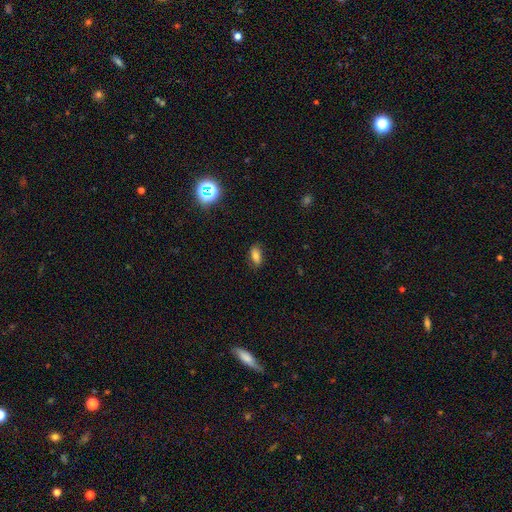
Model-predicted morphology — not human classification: smooth 76%, star or artifact 13%, featured or disk 11%. Down the decision tree: how rounded — in between (87%); merging — none (83%).